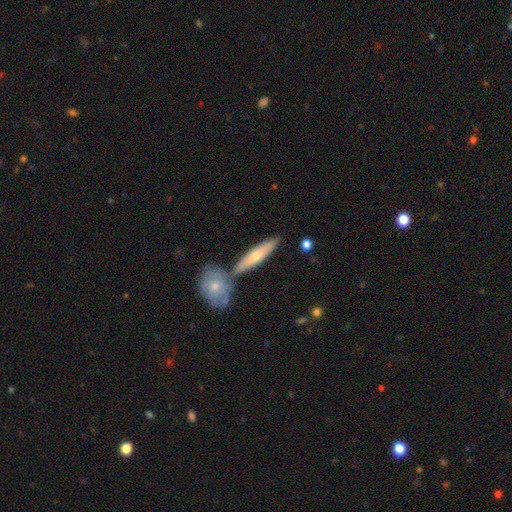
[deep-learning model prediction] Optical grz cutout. It shows a smooth galaxy with no disk features (60%) that is cigar-shaped (74%). Merging: none (66%).